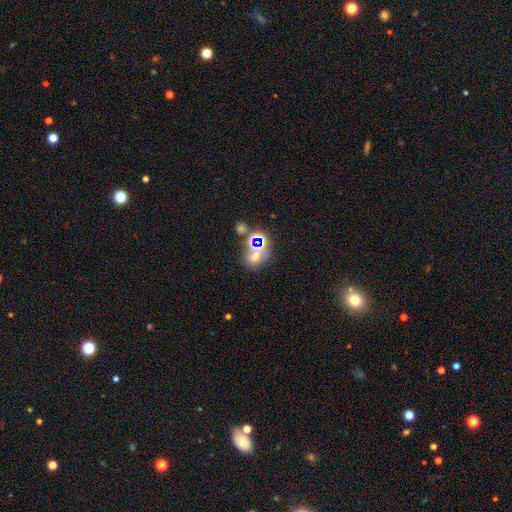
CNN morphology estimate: smooth-or-featured: star or artifact: 47% | smooth: 39% | featured or disk: 13%